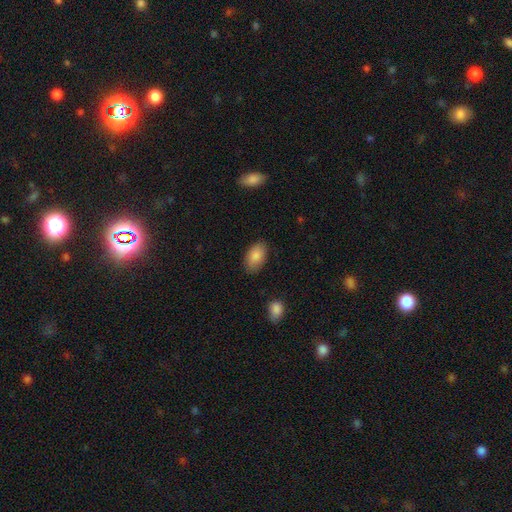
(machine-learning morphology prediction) This appears to be a smooth galaxy with no disk features (86%) that is in between round and cigar-shaped (93%). Merging: none (83%).